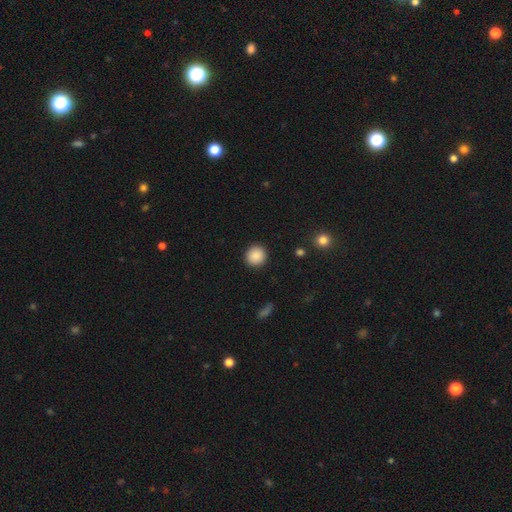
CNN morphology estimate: A smooth galaxy with no disk features (89%) that is round (92%). Merging: none (92%).